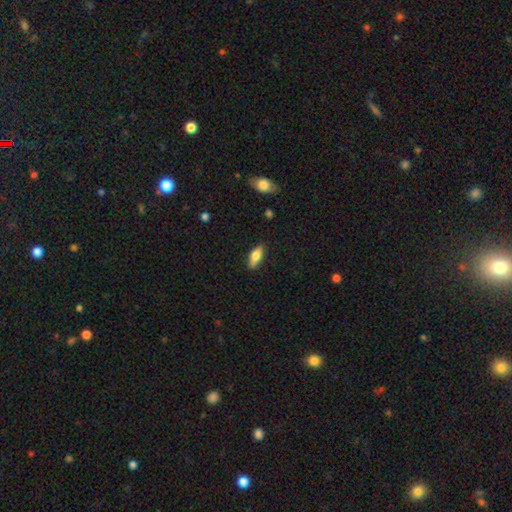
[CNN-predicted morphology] Smooth or featured? Predicted: smooth (p=0.69). How rounded? Predicted: in between (p=0.73). Merging? Predicted: none (p=0.79).